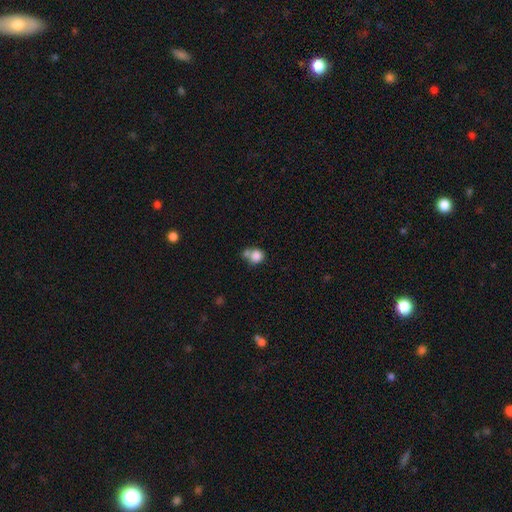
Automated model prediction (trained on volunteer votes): Morphology: type=smooth (82%); roundness=round (82%); merging=none (42%).